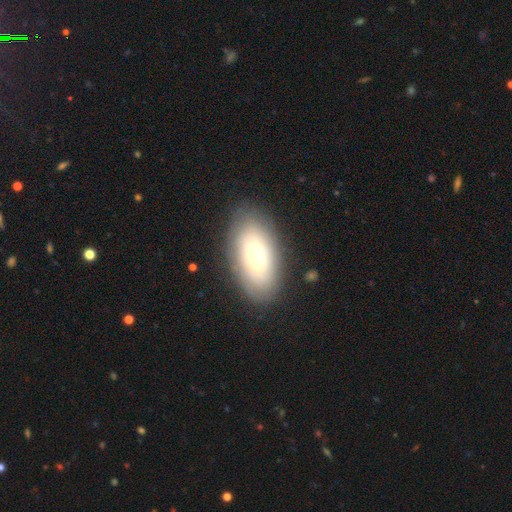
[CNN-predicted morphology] This is possibly a smooth galaxy (49%). Merging: clearly none (81%).